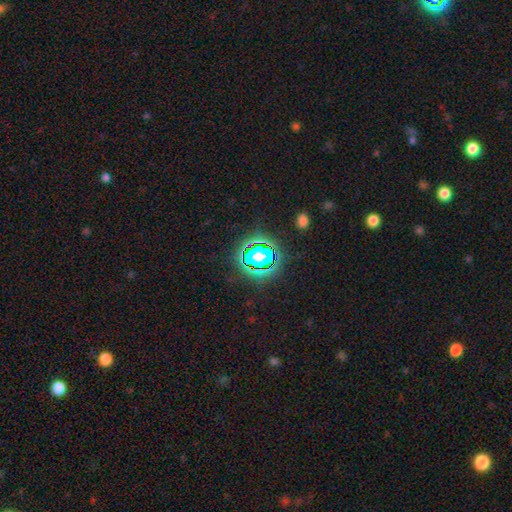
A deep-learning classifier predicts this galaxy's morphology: type=star or artifact (75%).